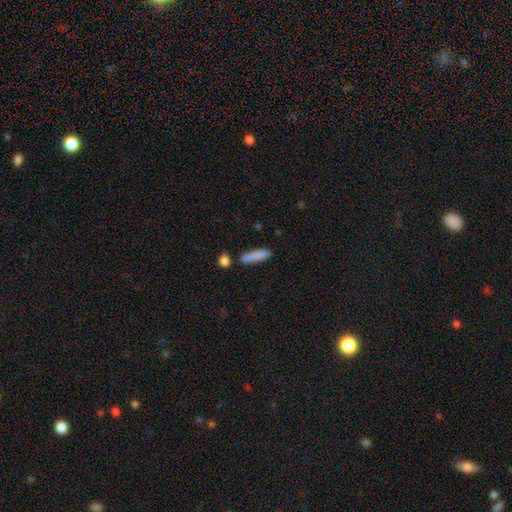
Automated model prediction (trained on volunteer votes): Smooth or featured?
  - smooth: 85% *
  - featured or disk: 8%
  - star or artifact: 7%
How rounded?
  - cigar-shaped: 76% *
  - in between: 22%
  - round: 2%
Merging?
  - none: 73% *
  - minor disturbance: 16%
  - merger: 8%
  - major disturbance: 4%